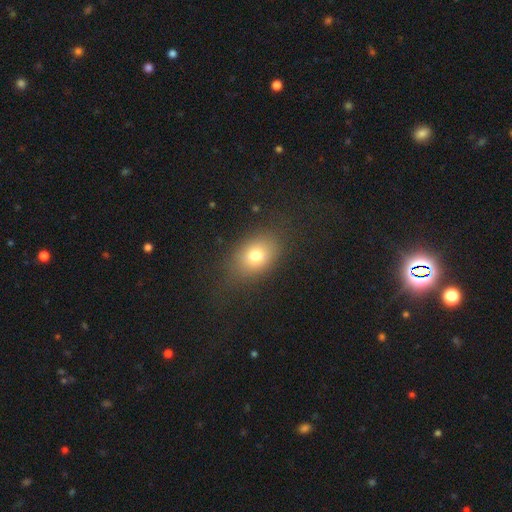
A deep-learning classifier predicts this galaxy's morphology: Smooth or featured?
  - smooth: 75% *
  - featured or disk: 13%
  - star or artifact: 12%
How rounded?
  - in between: 71% *
  - round: 27%
  - cigar-shaped: 2%
Merging?
  - none: 77% *
  - minor disturbance: 14%
  - major disturbance: 8%
  - merger: 1%